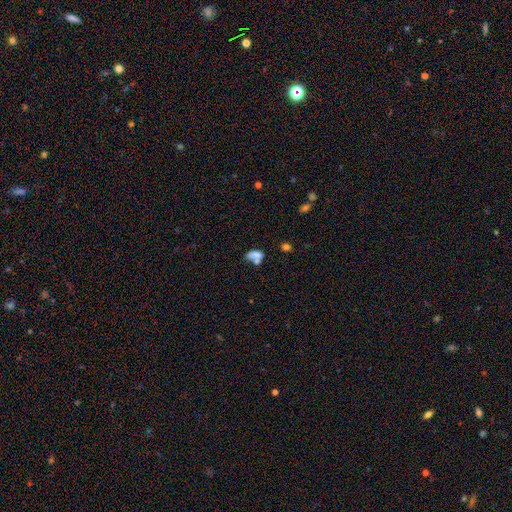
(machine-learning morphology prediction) This is likely a smooth galaxy (69%). How rounded: clearly in between (83%). Merging: possibly merger (48%).